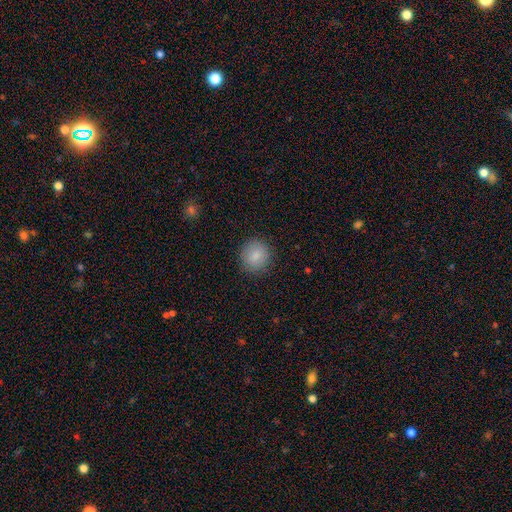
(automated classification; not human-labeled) This is clearly a smooth galaxy (86%). How rounded: clearly round (90%). Merging: clearly none (90%).